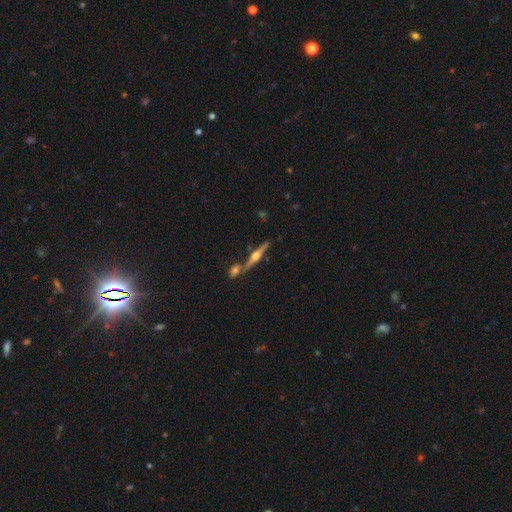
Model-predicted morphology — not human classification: Overall: featured or disk (79%). Edge-on disk: yes (97%). Edge-on bulge: rounded (94%). Merging: none (69%).